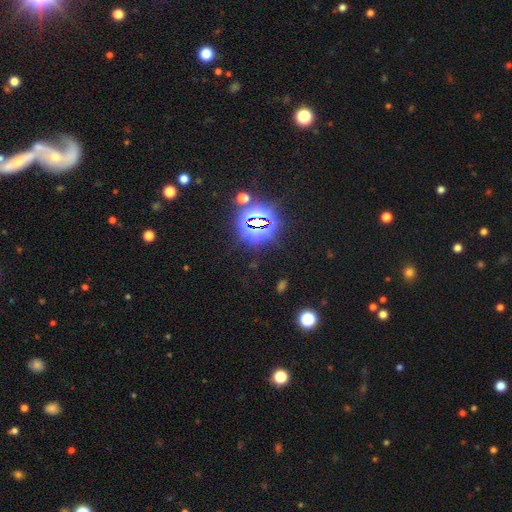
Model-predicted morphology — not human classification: This appears to be a star or artifact, not a galaxy (81%).